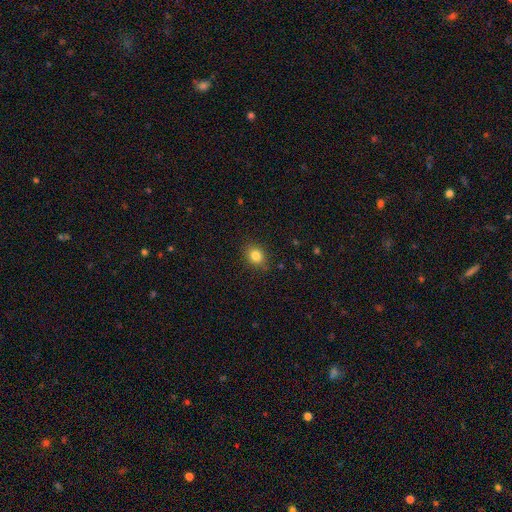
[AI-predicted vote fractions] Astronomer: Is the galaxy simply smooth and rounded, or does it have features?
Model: smooth — 83%.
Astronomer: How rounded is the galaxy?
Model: round — 61% (runner-up: in between, 38%).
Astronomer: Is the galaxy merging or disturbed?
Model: none — 85%.